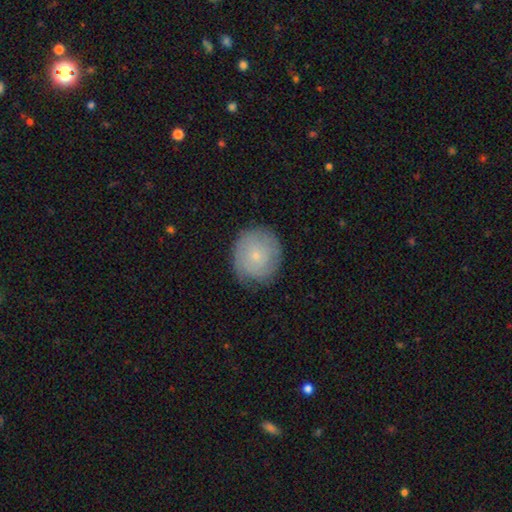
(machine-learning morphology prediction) Smooth or featured?
  - smooth: 47% *
  - featured or disk: 45%
  - star or artifact: 8%
Merging?
  - none: 78% *
  - minor disturbance: 17%
  - major disturbance: 5%
  - merger: 1%